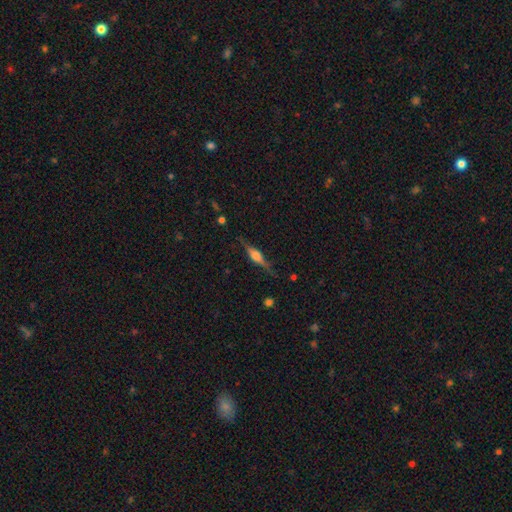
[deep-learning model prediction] Smooth or featured?
  - featured or disk: 71% *
  - smooth: 21%
  - star or artifact: 8%
Edge-on disk?
  - yes: 96% *
  - no: 4%
Edge-on bulge?
  - rounded: 76% *
  - boxy: 21%
  - none: 3%
Merging?
  - none: 80% *
  - minor disturbance: 14%
  - major disturbance: 5%
  - merger: 2%